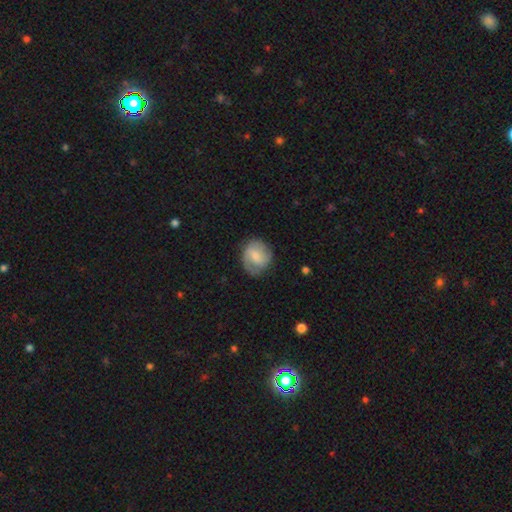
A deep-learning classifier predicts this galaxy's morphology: A smooth galaxy with no disk features (50%). Merging: none (69%).